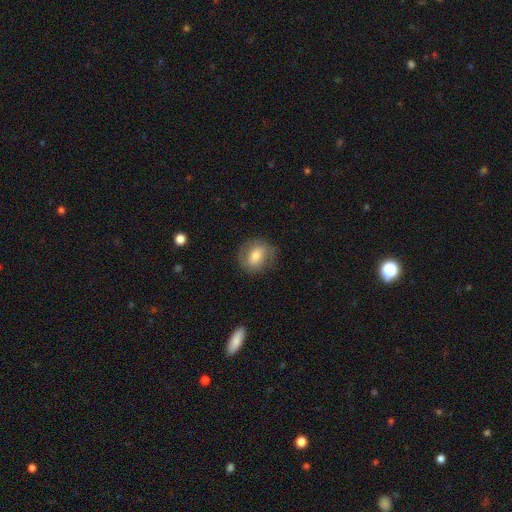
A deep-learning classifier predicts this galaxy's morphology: Smooth or featured: smooth — 61% (featured or disk — 31%)
How rounded: round — 55% (in between — 43%)
Merging: none — 74% (minor disturbance — 18%)